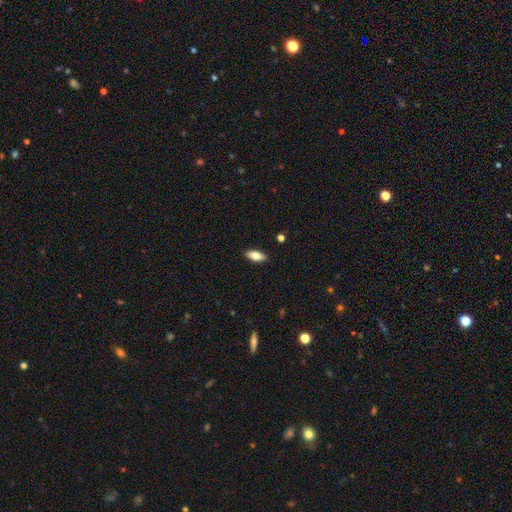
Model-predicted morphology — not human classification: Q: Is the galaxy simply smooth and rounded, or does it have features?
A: smooth — 74%.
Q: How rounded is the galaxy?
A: in between — 82%.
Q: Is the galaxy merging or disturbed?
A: none — 89%.